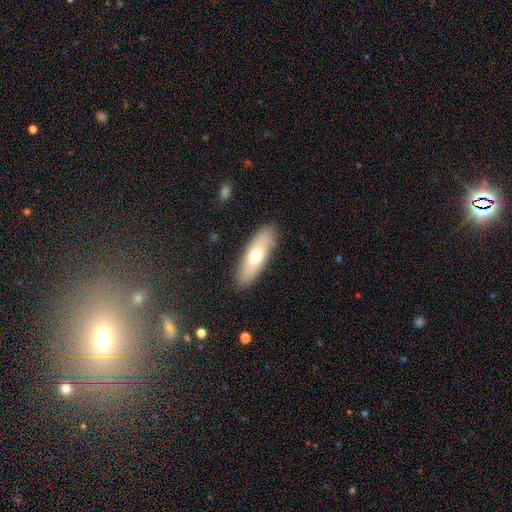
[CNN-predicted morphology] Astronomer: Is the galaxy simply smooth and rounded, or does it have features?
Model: smooth — 64%.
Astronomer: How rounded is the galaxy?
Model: in between — 57% (runner-up: cigar-shaped, 40%).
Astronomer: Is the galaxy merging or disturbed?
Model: none — 87%.